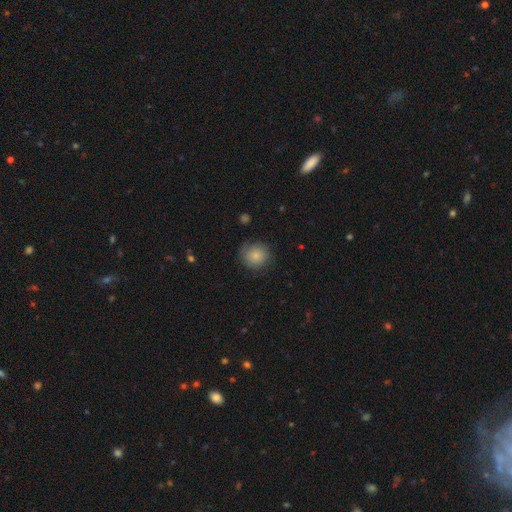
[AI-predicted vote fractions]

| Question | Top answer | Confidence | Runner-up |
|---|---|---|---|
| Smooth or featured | smooth | 80% | featured or disk (12%) |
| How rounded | round | 88% | in between (11%) |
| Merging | none | 76% | minor disturbance (17%) |